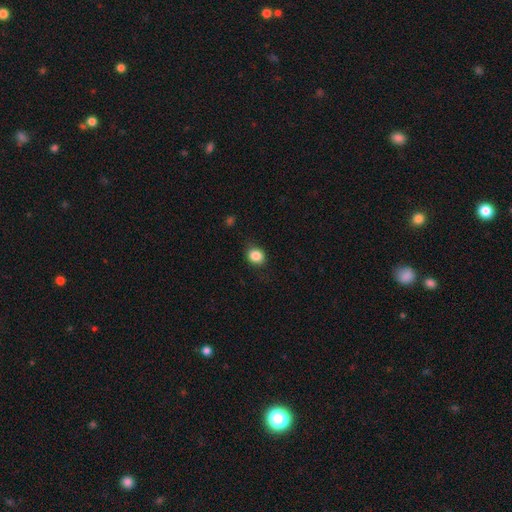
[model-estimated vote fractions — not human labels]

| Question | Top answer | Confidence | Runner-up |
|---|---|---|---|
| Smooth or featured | smooth | 86% | star or artifact (10%) |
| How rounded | round | 63% | in between (36%) |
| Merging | none | 82% | minor disturbance (14%) |